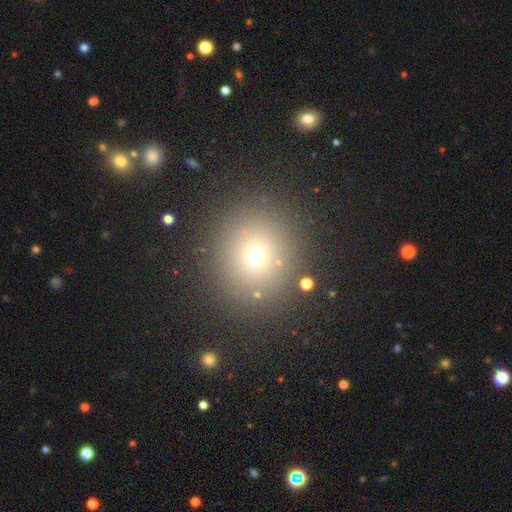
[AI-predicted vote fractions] Overall: smooth (67%). How rounded: round (90%). Merging: none (85%).